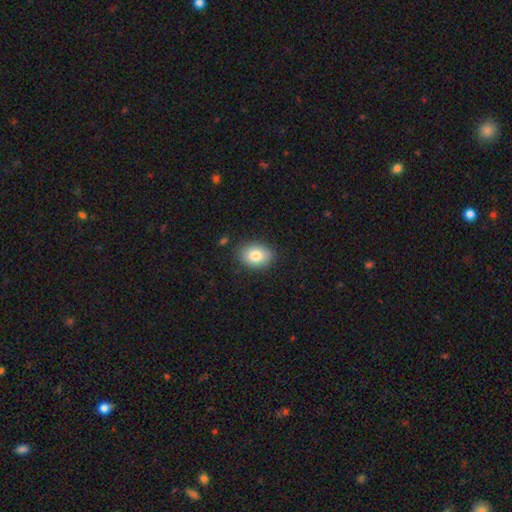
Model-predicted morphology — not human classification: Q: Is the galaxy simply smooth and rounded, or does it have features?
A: smooth — 81%.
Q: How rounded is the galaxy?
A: in between — 67%.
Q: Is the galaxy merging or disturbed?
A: none — 85%.